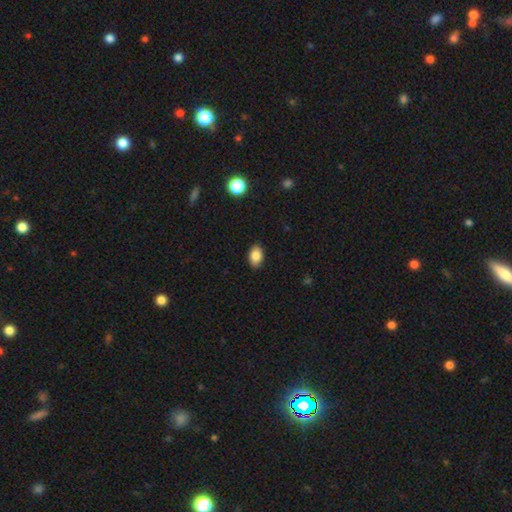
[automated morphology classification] smooth-or-featured: smooth: 85% | star or artifact: 9% | featured or disk: 7%
  how-rounded: in between: 85% | round: 14% | cigar-shaped: 1%
  merging: none: 85% | minor disturbance: 12% | major disturbance: 2% | merger: 1%